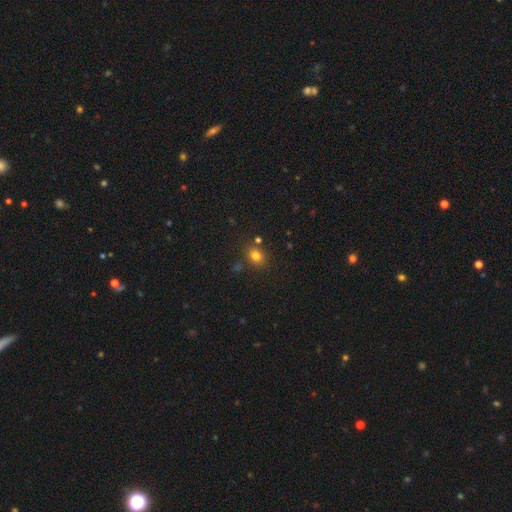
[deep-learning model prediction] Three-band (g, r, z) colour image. It shows a smooth galaxy with no disk features (78%) that is round (59%). Merging: none (78%).